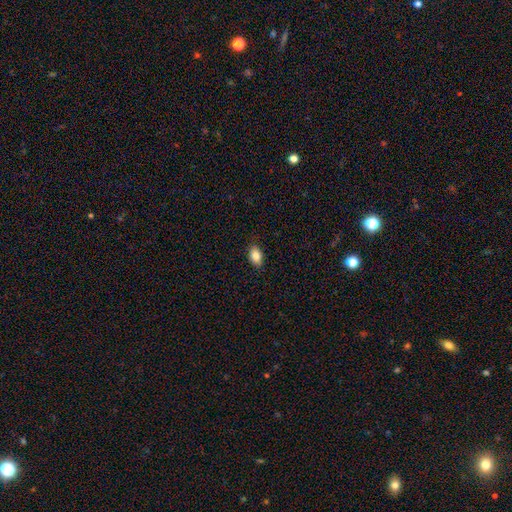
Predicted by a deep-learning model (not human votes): Overall: smooth (86%). How rounded: in between (90%). Merging: none (87%).